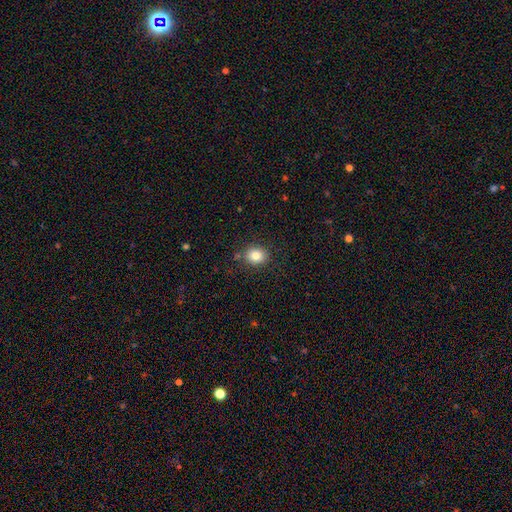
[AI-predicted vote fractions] Smooth or featured? smooth (83%)
How rounded? round (63%)
Merging? none (84%)